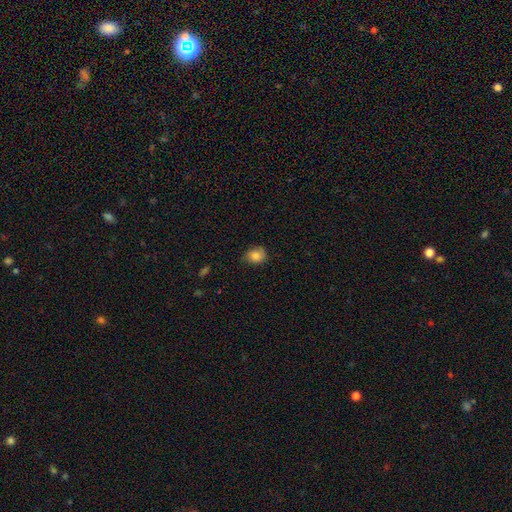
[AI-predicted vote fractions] The model was most divided on "how rounded": round: 52%, in between: 47%, cigar-shaped: 1%. More confident: smooth or featured — smooth (82%); merging — none (69%).